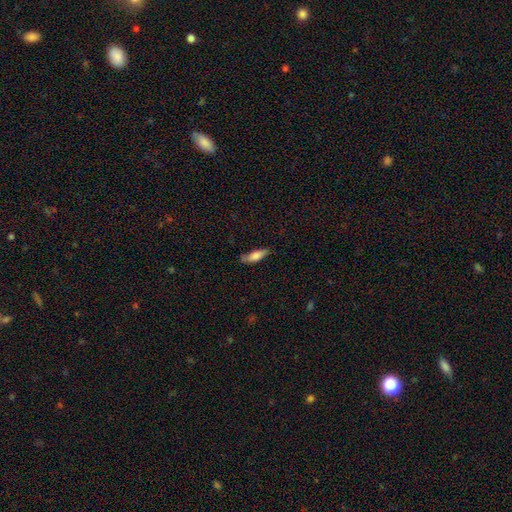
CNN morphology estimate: A smooth galaxy with no disk features (77%) that is in between round and cigar-shaped (56%). Merging: none (64%).